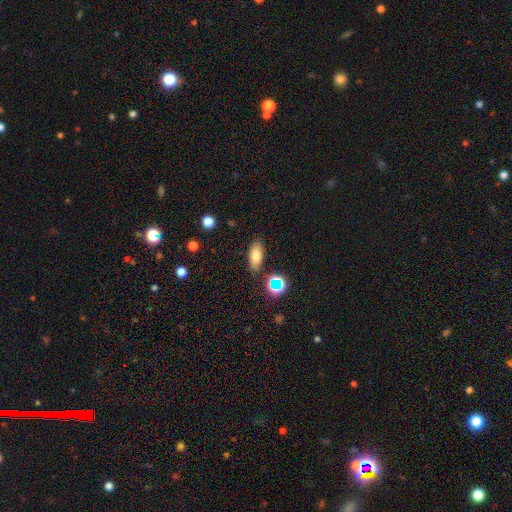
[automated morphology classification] smooth-or-featured: smooth: 74% | star or artifact: 13% | featured or disk: 13%
  how-rounded: in between: 79% | cigar-shaped: 15% | round: 6%
  merging: none: 82% | minor disturbance: 12% | merger: 3% | major disturbance: 3%